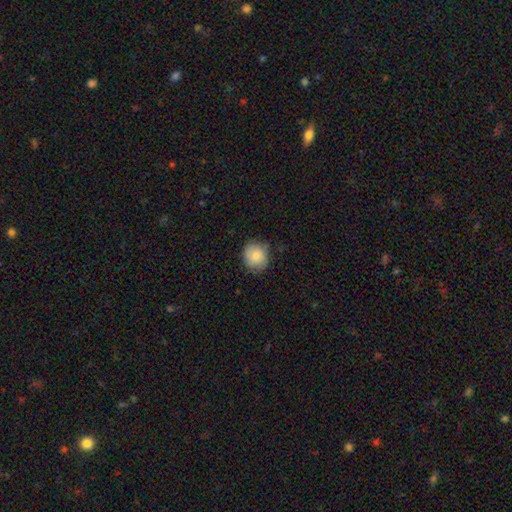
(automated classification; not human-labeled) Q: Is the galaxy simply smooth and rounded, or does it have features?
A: smooth — 80%.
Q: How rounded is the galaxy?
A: round — 77%.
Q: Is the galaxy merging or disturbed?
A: none — 76%.